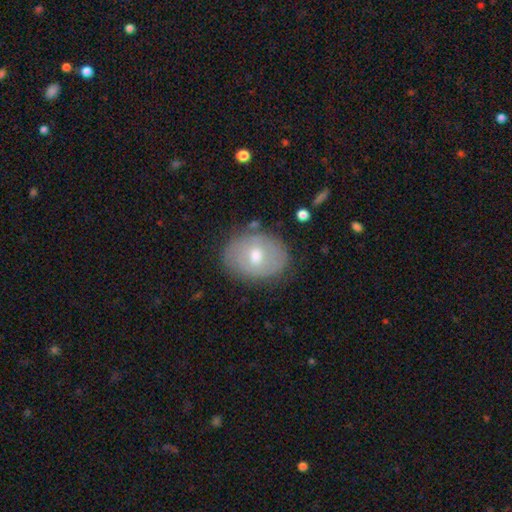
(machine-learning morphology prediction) type=smooth (49%); merging=none (78%).